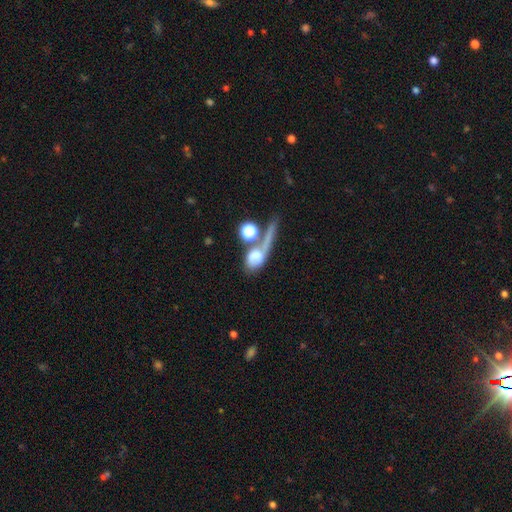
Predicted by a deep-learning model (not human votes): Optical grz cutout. It shows a smooth galaxy with no disk features (58%) that is in between round and cigar-shaped (58%). Merging: merger (40%).